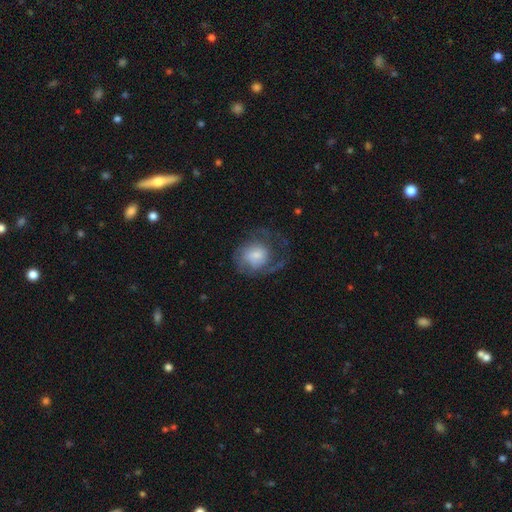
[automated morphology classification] Smooth or featured?
  - featured or disk: 55% *
  - smooth: 38%
  - star or artifact: 8%
Edge-on disk?
  - no: 97% *
  - yes: 3%
Bar?
  - no: 64% *
  - weak: 31%
  - strong: 5%
Spiral arms?
  - yes: 80% *
  - no: 20%
Bulge size?
  - moderate: 32% *
  - small: 28%
  - large: 24%
  - none: 12%
  - dominant: 5%
Merging?
  - none: 44% *
  - major disturbance: 34%
  - minor disturbance: 21%
  - merger: 2%